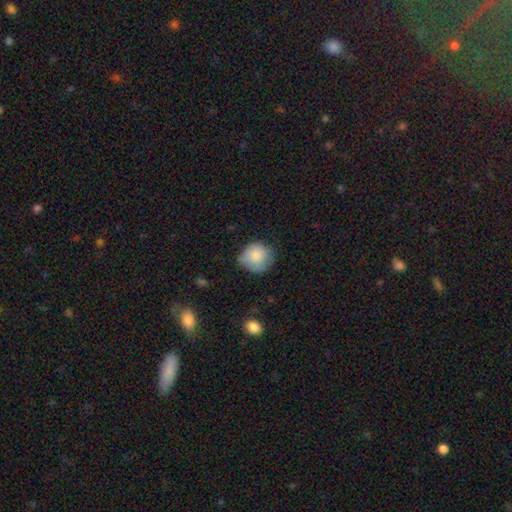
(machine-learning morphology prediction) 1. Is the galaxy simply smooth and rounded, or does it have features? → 84% smooth, 9% featured or disk, 7% star or artifact.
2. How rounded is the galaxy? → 86% round, 13% in between, 1% cigar-shaped.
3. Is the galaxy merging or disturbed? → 64% none, 28% minor disturbance, 6% major disturbance, 2% merger.